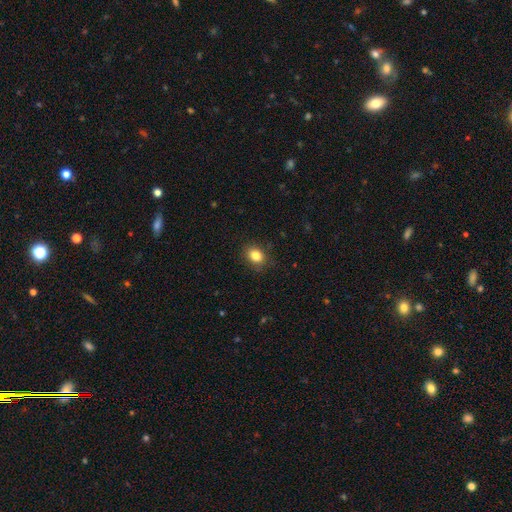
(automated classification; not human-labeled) Smooth or featured?
  - smooth: 84% *
  - star or artifact: 10%
  - featured or disk: 6%
How rounded?
  - in between: 55% *
  - round: 44%
  - cigar-shaped: 1%
Merging?
  - none: 85% *
  - minor disturbance: 11%
  - major disturbance: 3%
  - merger: 1%